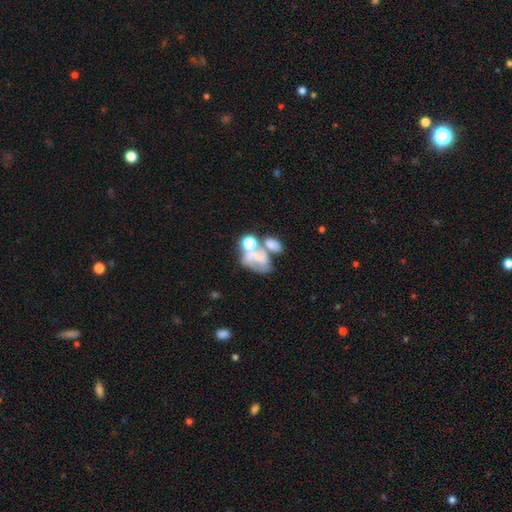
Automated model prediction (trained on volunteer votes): Overall: smooth (44%; featured or disk 40%). Merging: merger (43%; major disturbance 22%).